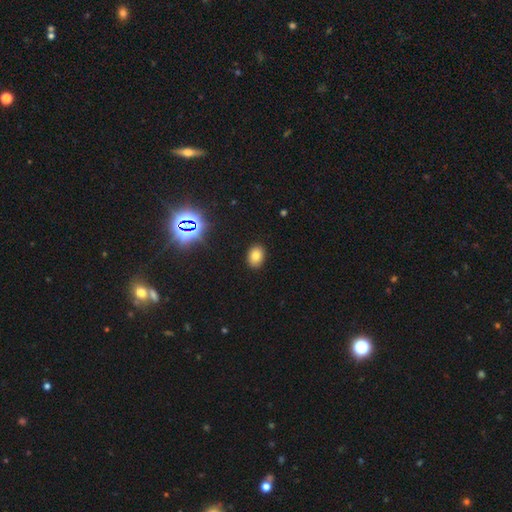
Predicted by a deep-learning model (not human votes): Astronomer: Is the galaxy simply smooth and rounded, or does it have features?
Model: smooth — 78%.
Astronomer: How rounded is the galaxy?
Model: in between — 71%.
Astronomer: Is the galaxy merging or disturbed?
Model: none — 89%.